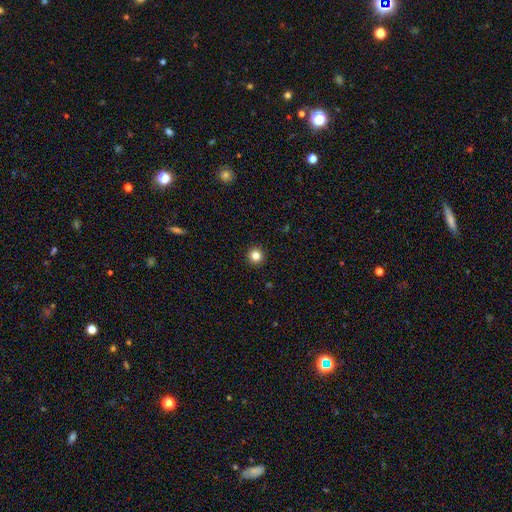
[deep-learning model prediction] This is clearly a smooth galaxy (83%). How rounded: clearly round (96%). Merging: clearly none (94%).